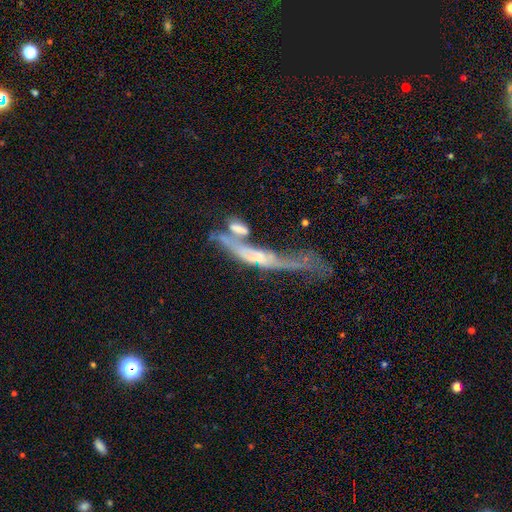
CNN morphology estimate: Smooth or featured? Predicted: featured or disk (p=0.62). Edge-on disk? Predicted: yes (p=0.54). Merging? Predicted: merger (p=0.43).